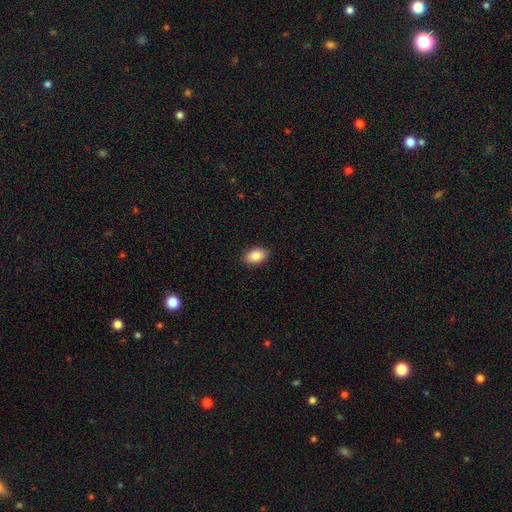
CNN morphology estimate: A smooth galaxy with no disk features (88%) that is in between round and cigar-shaped (90%). Merging: none (89%).